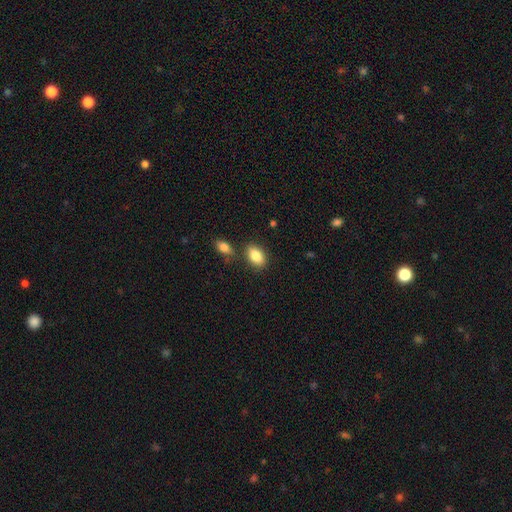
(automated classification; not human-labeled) The model was most divided on "merging": none: 77%, minor disturbance: 12%, merger: 9%, major disturbance: 3%. More confident: how rounded — in between (89%); smooth or featured — smooth (86%).